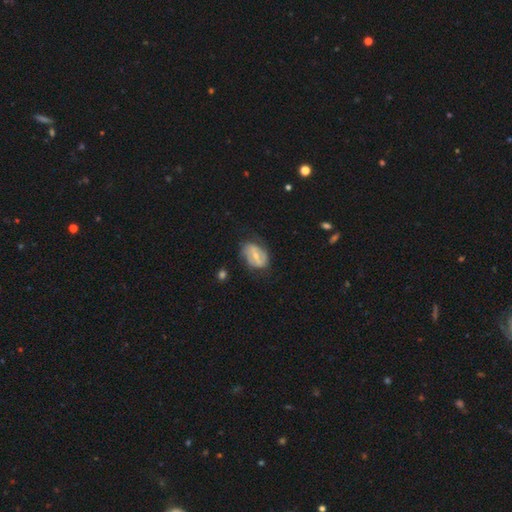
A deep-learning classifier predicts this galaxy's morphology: This is likely a featured or disk galaxy (61%). It is clearly not viewed edge-on (95%). Bar: marginally weak (44%). Spiral arm pattern: likely yes (66%). Central bulge: possibly small (48%). Merging: possibly none (60%).